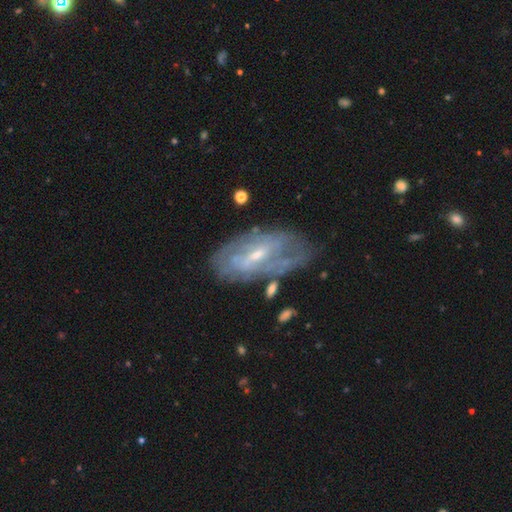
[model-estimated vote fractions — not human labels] The model was most divided on "bar": weak: 47%, no: 27%, strong: 26%. More confident: edge-on disk — no (91%); smooth or featured — featured or disk (76%); spiral arms — yes (69%); bulge size — small (64%); merging — none (64%).